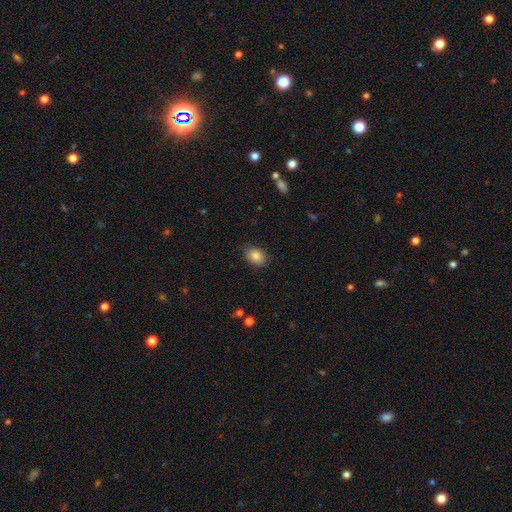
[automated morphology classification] This is clearly a smooth galaxy (86%). How rounded: likely in between (75%). Merging: clearly none (83%).